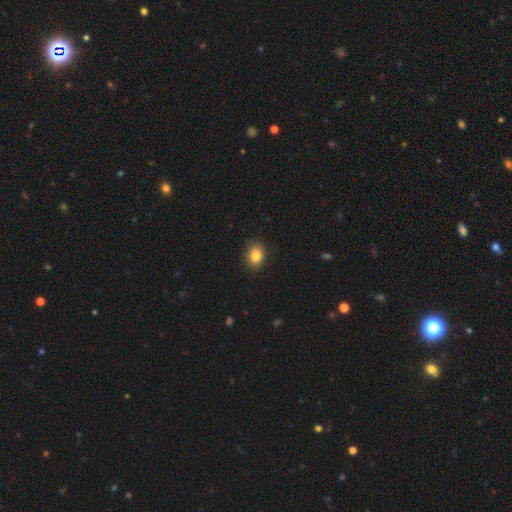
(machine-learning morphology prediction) Overall: smooth (84%). How rounded: in between (50%; round 49%). Merging: none (88%).